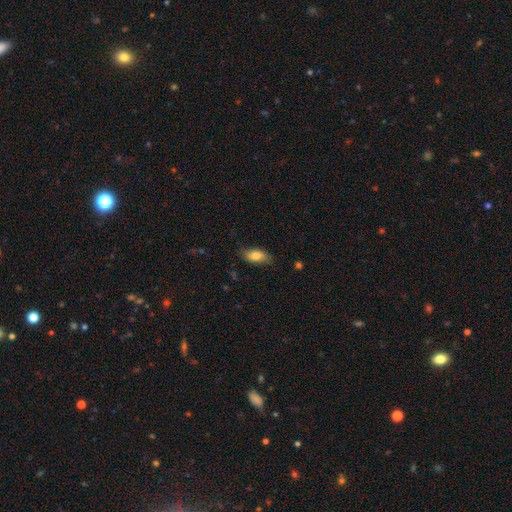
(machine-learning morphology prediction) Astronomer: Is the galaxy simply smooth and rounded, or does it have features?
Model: smooth — 79%.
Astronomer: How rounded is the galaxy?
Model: in between — 89%.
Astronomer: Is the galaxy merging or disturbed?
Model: none — 78%.